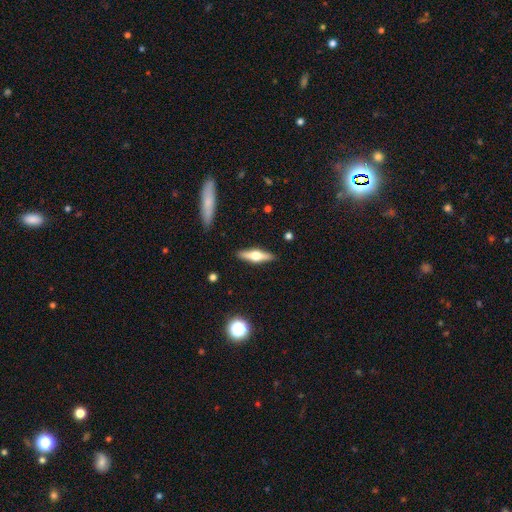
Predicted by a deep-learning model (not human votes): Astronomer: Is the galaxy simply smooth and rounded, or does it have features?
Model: featured or disk — 58% (runner-up: smooth, 36%).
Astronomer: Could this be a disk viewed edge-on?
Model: yes — 94%.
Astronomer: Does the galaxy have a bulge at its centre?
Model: rounded — 94%.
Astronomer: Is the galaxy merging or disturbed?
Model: none — 90%.